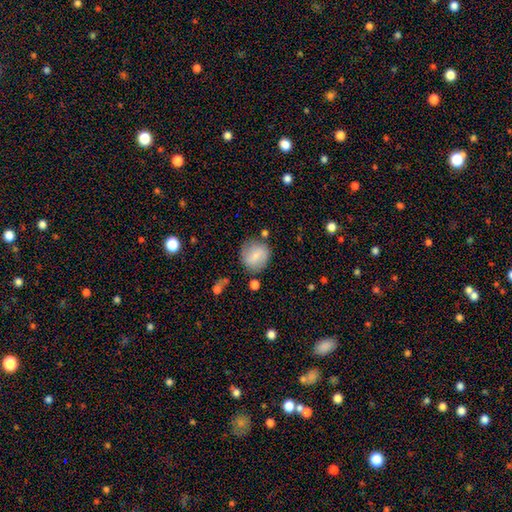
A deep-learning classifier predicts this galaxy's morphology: Smooth or featured: smooth — 69% (featured or disk — 23%)
How rounded: round — 87% (in between — 12%)
Merging: none — 76% (minor disturbance — 14%)